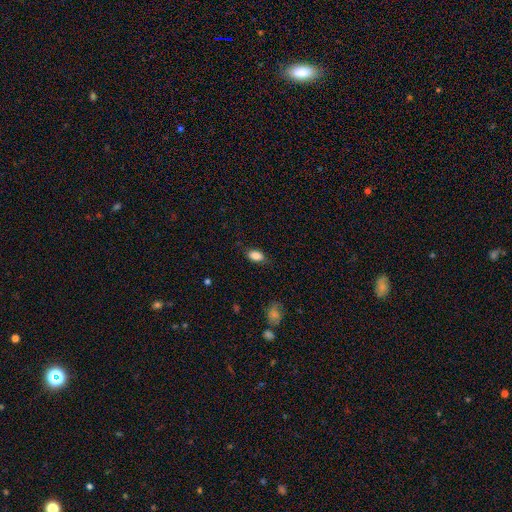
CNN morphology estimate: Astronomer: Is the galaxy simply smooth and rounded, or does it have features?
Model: smooth — 86%.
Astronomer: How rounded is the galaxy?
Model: in between — 90%.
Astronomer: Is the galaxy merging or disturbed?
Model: none — 79%.